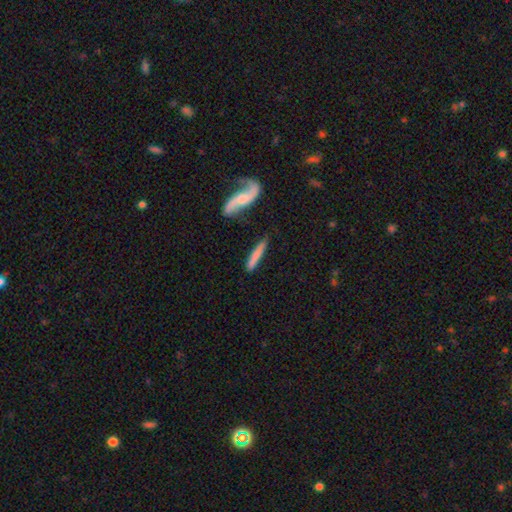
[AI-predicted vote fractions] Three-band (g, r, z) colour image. It shows a smooth galaxy with no disk features (67%) that is cigar-shaped (92%). Merging: none (75%).